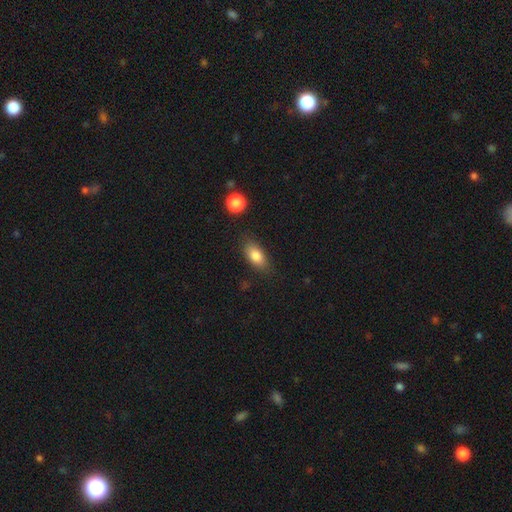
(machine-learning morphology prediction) Q: Smooth or featured?
A: smooth (82%); runner-up: featured or disk (10%)
Q: How rounded?
A: in between (86%); runner-up: cigar-shaped (8%)
Q: Merging?
A: none (82%); runner-up: minor disturbance (13%)